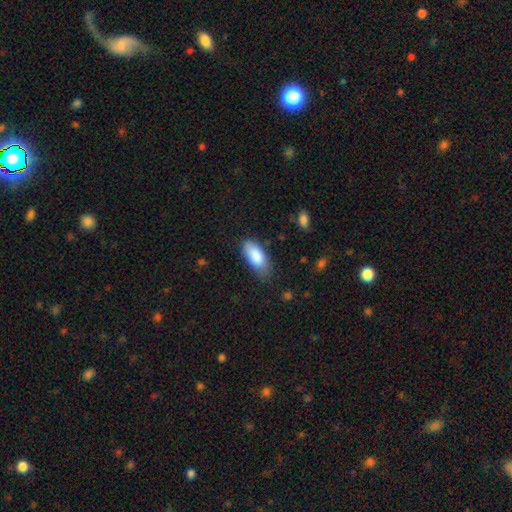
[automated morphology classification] Smooth or featured: smooth — 87% (featured or disk — 6%)
How rounded: in between — 89% (cigar-shaped — 9%)
Merging: none — 67% (minor disturbance — 25%)